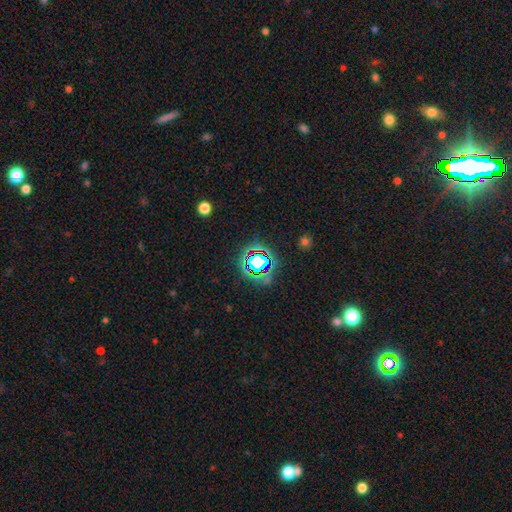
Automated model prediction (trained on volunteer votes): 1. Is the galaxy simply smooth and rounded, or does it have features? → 71% star or artifact, 18% smooth, 11% featured or disk.